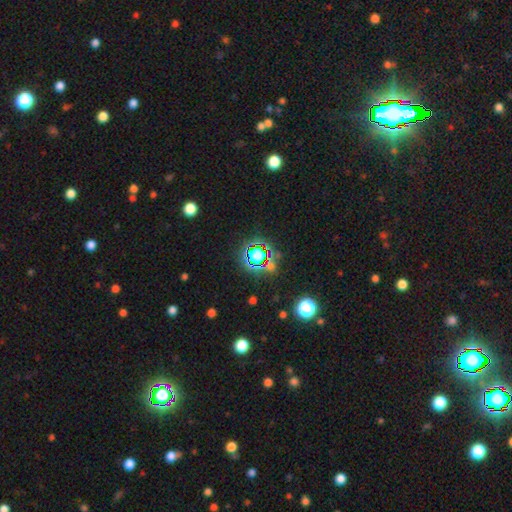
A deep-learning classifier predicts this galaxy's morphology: smooth_or_featured: star or artifact (p=0.64) [alt: smooth p=0.26]